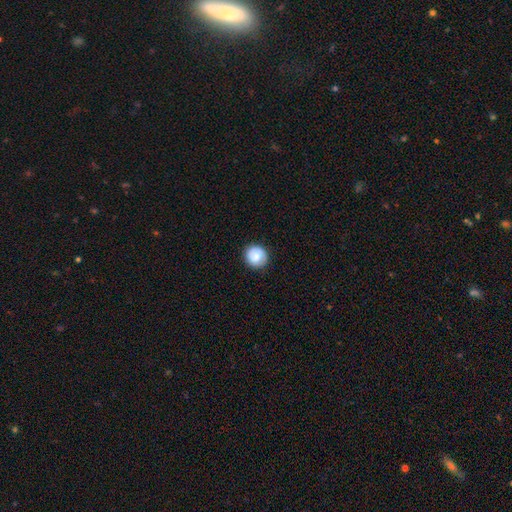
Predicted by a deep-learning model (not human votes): Morphology: type=smooth (83%); roundness=round (89%); merging=none (88%).